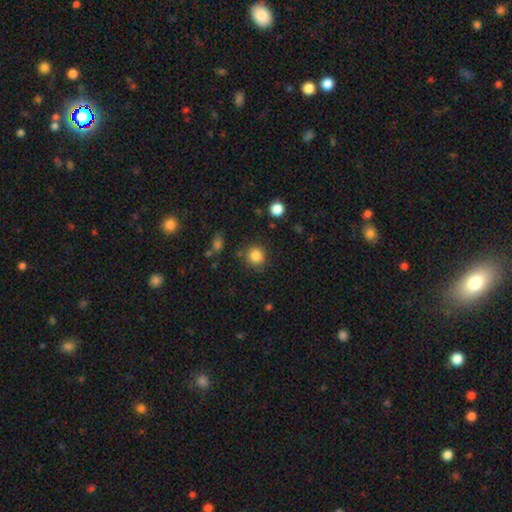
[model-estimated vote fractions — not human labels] A smooth galaxy with no disk features (85%) that is round (90%). Merging: none (83%).